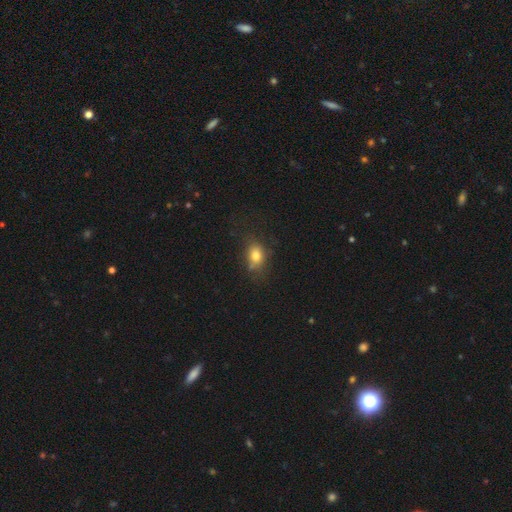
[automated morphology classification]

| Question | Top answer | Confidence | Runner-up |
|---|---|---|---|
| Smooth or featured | smooth | 78% | star or artifact (12%) |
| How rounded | in between | 67% | round (31%) |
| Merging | none | 61% | minor disturbance (25%) |